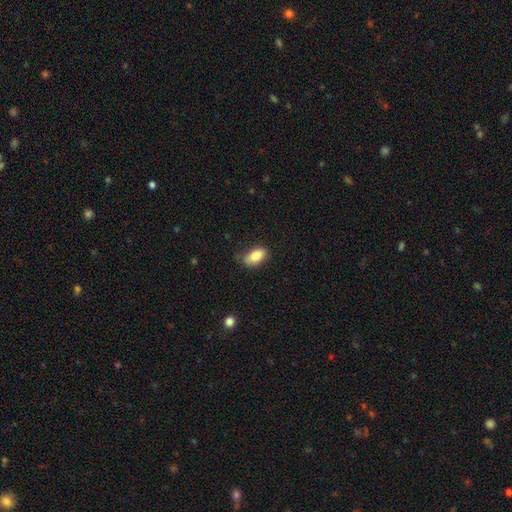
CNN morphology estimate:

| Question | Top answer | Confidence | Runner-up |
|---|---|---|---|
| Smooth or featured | smooth | 86% | star or artifact (7%) |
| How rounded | in between | 91% | round (5%) |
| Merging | none | 72% | minor disturbance (22%) |